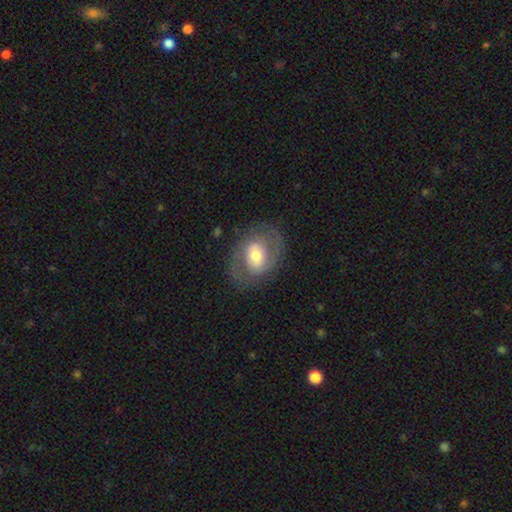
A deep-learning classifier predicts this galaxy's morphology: smooth-or-featured: featured or disk: 65% | smooth: 28% | star or artifact: 7%
  disk-edge-on: no: 96% | yes: 4%
    bar: weak: 41% | no: 38% | strong: 21%
    has-spiral-arms: yes: 73% | no: 27%
    bulge-size: moderate: 62% | small: 19% | large: 16% | dominant: 2% | none: 1%
  merging: none: 76% | minor disturbance: 14% | major disturbance: 9% | merger: 1%